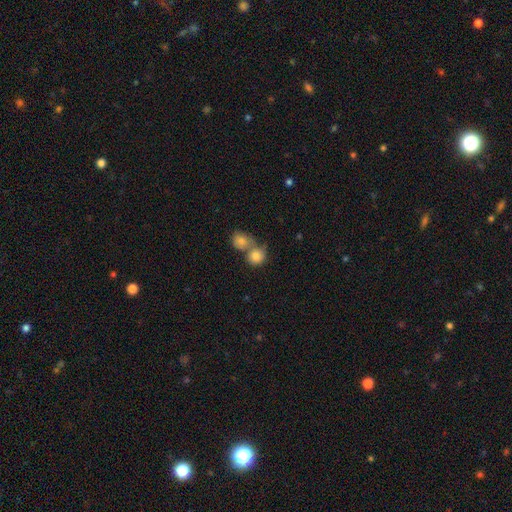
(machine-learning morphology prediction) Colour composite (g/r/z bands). It shows a smooth galaxy with no disk features (82%) that is round (78%). Merging: merger (58%).